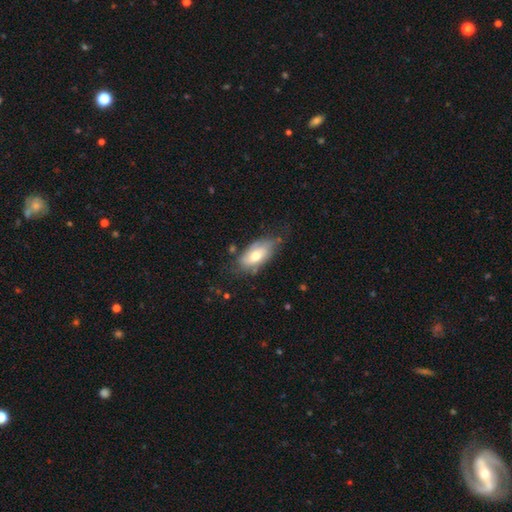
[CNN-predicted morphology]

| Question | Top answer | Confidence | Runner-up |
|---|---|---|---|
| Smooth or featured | smooth | 58% | featured or disk (35%) |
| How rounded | in between | 91% | cigar-shaped (5%) |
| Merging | none | 55% | minor disturbance (32%) |